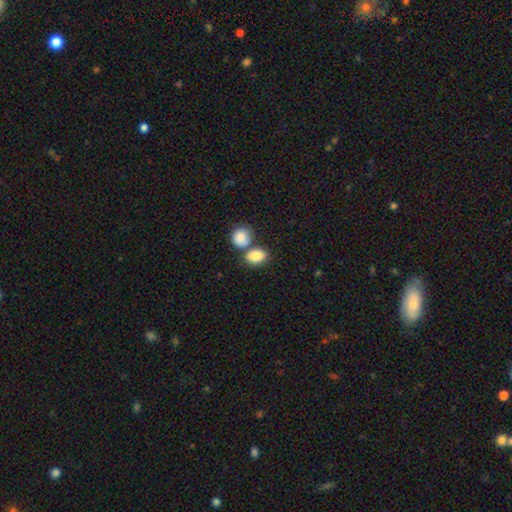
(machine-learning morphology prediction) This is clearly a smooth galaxy (86%). How rounded: likely in between (76%). Merging: possibly none (47%).